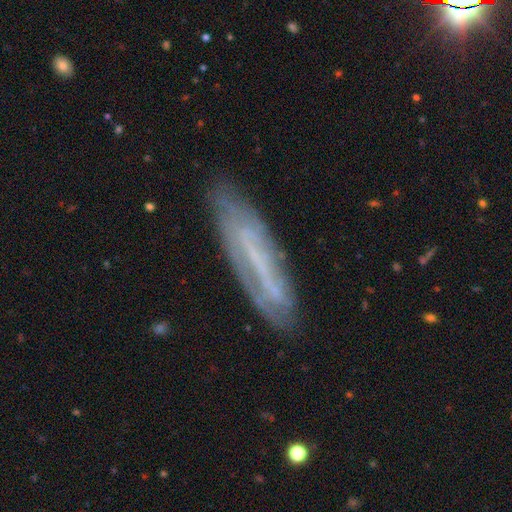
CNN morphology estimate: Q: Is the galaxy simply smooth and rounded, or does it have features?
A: featured or disk — 66%.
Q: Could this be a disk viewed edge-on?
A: no — 62%.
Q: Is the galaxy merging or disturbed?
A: none — 69%.